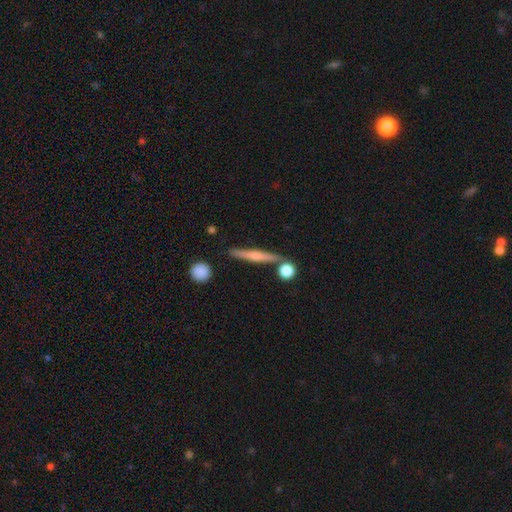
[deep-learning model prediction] Morphology: type=featured or disk (55%); edge-on=yes (96%); edge-on bulge=rounded (68%); merging=none (81%).